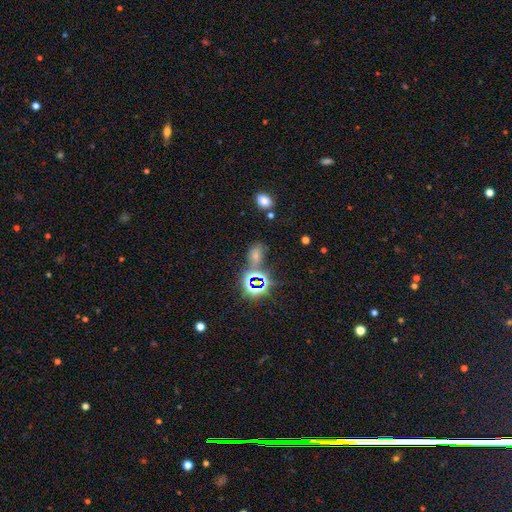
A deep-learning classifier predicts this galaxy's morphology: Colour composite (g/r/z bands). It shows a smooth galaxy with no disk features (47%). Merging: none (59%).